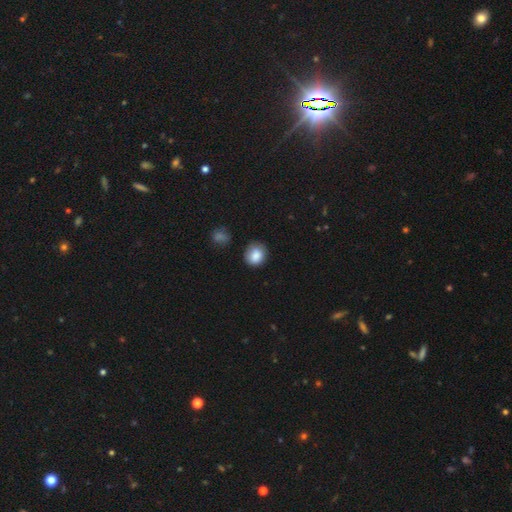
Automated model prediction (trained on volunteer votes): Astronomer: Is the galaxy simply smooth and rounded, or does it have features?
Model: smooth — 86%.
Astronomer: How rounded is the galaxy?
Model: round — 72%.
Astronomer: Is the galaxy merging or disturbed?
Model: none — 75%.